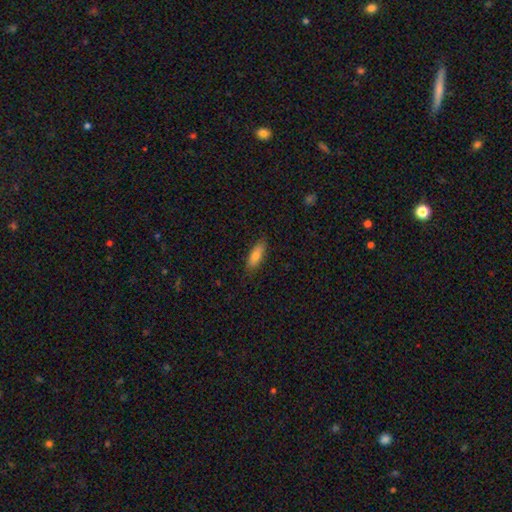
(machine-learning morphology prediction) type=smooth (76%); roundness=in between (59%); merging=none (85%).